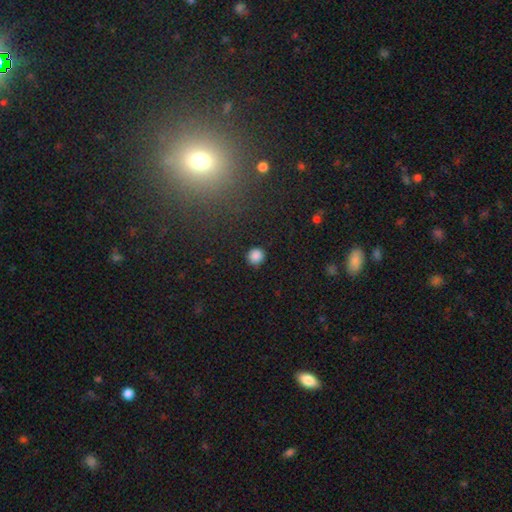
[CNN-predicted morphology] This is clearly a smooth galaxy (86%). How rounded: clearly round (92%). Merging: clearly none (90%).